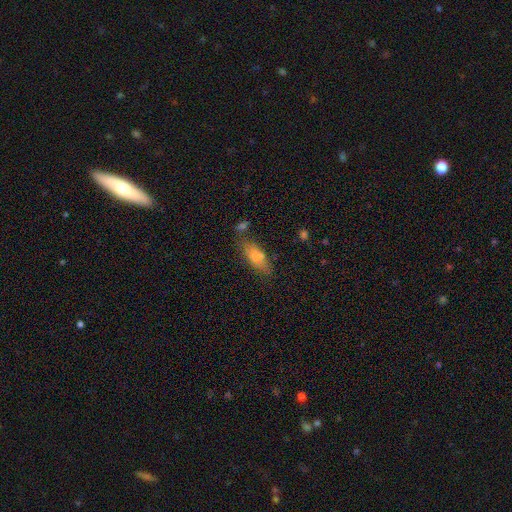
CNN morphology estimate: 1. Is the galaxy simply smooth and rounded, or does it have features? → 72% smooth, 18% featured or disk, 10% star or artifact.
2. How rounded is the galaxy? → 67% in between, 30% cigar-shaped, 3% round.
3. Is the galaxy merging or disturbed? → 67% none, 19% minor disturbance, 9% merger, 5% major disturbance.